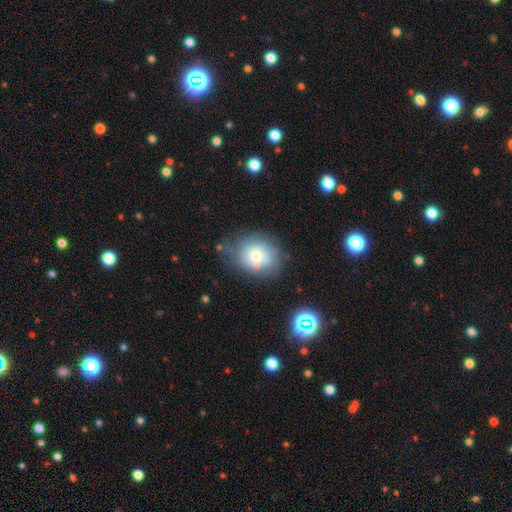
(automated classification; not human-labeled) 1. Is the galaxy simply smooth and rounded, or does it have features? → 60% smooth, 29% featured or disk, 11% star or artifact.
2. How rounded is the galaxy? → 69% round, 30% in between, 1% cigar-shaped.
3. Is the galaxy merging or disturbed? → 59% none, 23% minor disturbance, 10% major disturbance, 8% merger.